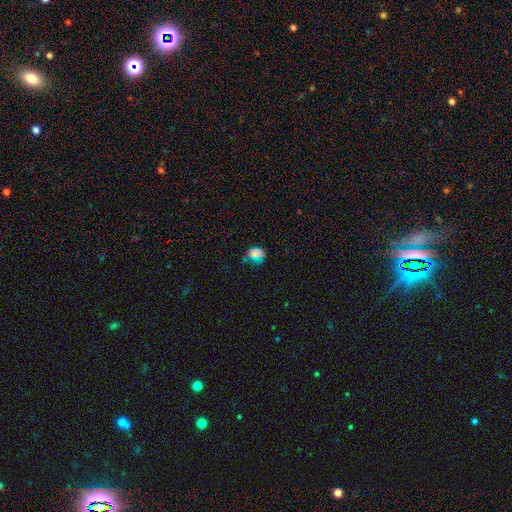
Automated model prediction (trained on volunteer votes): This is likely a smooth galaxy (68%). How rounded: likely in between (62%). Merging: possibly none (52%).